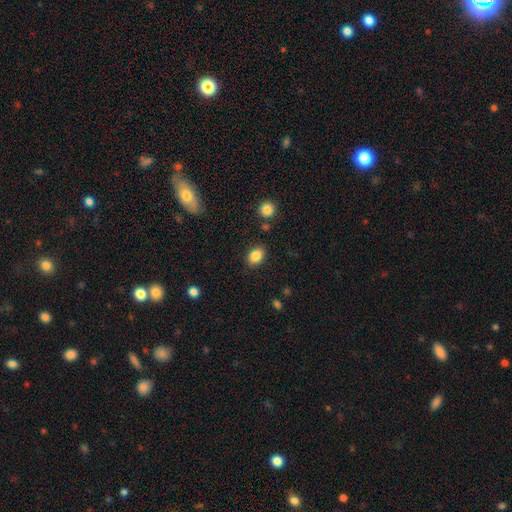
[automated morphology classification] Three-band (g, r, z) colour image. It shows a smooth galaxy with no disk features (86%) that is in between round and cigar-shaped (72%). Merging: none (84%).